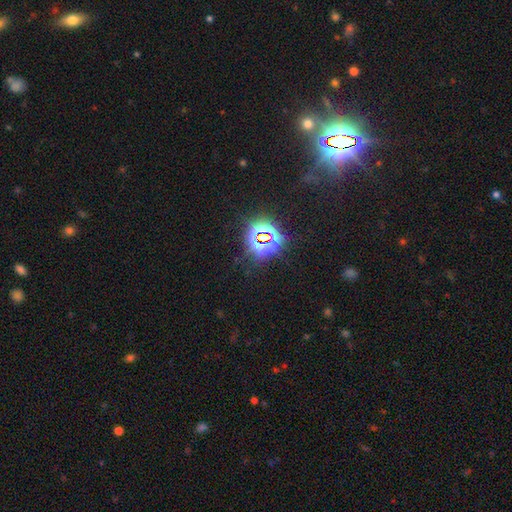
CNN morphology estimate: Smooth or featured: star or artifact — 81% (smooth — 11%)